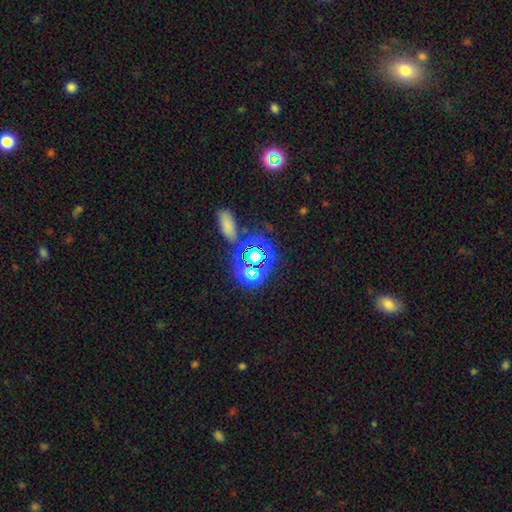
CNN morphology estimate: Overall: star or artifact (67%).